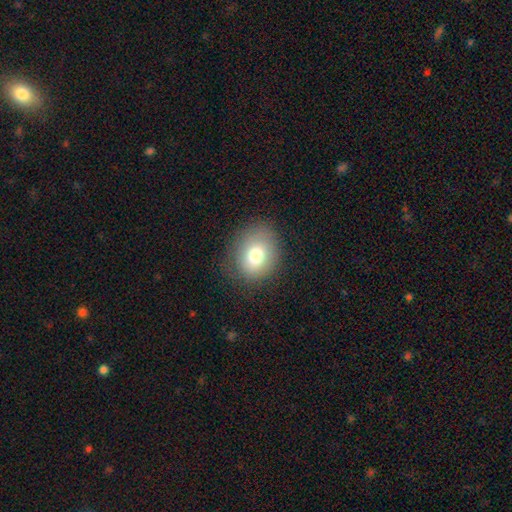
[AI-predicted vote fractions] Morphology: type=smooth (76%); roundness=round (66%); merging=none (82%).